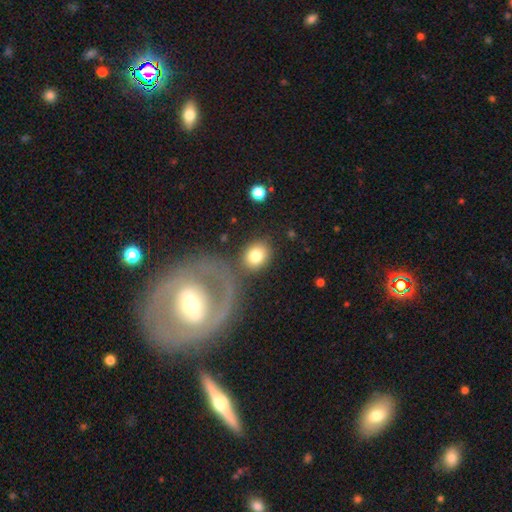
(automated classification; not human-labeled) This is likely a smooth galaxy (78%). How rounded: likely round (61%). Merging: likely none (71%).